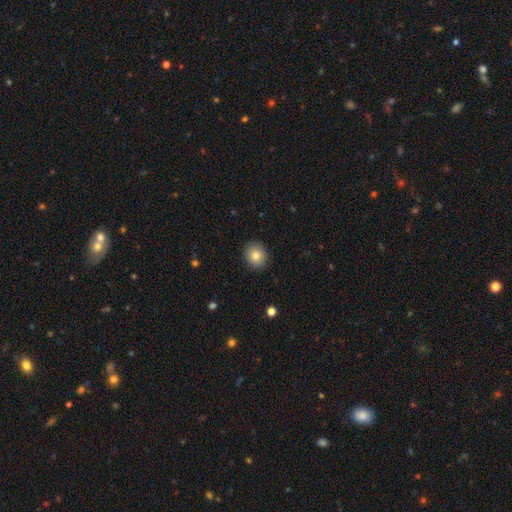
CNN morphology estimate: A smooth galaxy with no disk features (82%) that is round (83%). Merging: none (91%).